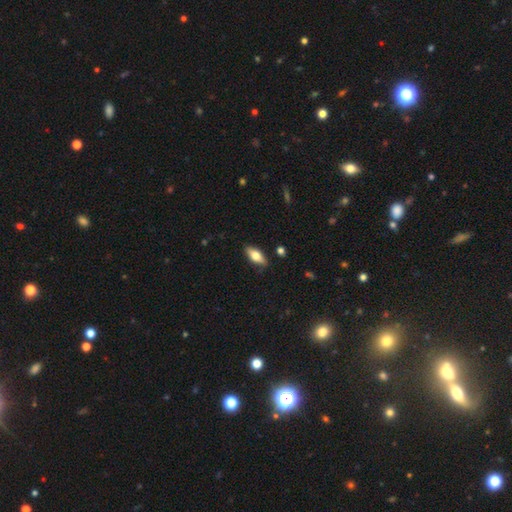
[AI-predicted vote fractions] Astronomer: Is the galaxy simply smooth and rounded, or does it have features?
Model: smooth — 64%.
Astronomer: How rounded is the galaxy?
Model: in between — 75%.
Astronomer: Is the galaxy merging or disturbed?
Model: none — 85%.